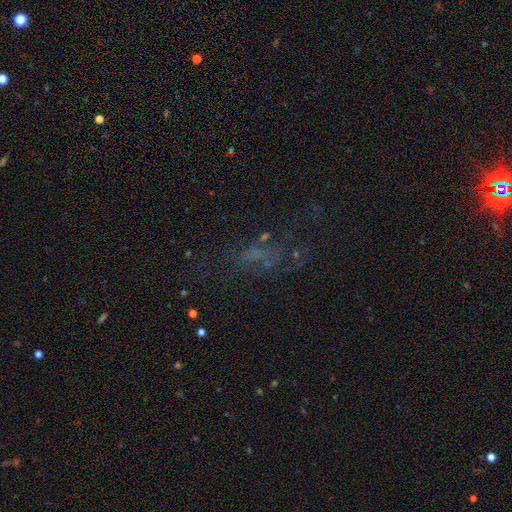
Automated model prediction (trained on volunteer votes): Overall: star or artifact (39%; smooth 32%).